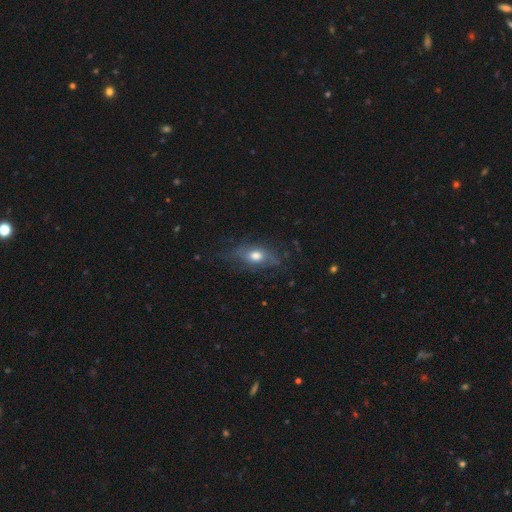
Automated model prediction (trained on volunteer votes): smooth-or-featured: smooth: 55% | featured or disk: 35% | star or artifact: 10%
  how-rounded: in between: 77% | round: 12% | cigar-shaped: 11%
  merging: none: 60% | minor disturbance: 25% | major disturbance: 14% | merger: 2%